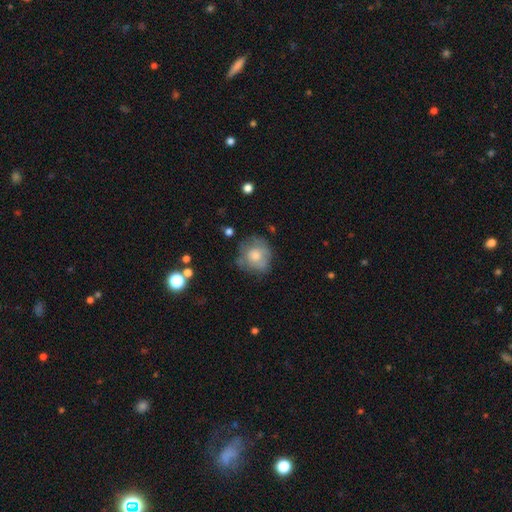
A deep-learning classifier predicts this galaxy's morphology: Smooth or featured? Predicted: smooth (p=0.64). How rounded? Predicted: round (p=0.82). Merging? Predicted: none (p=0.58).